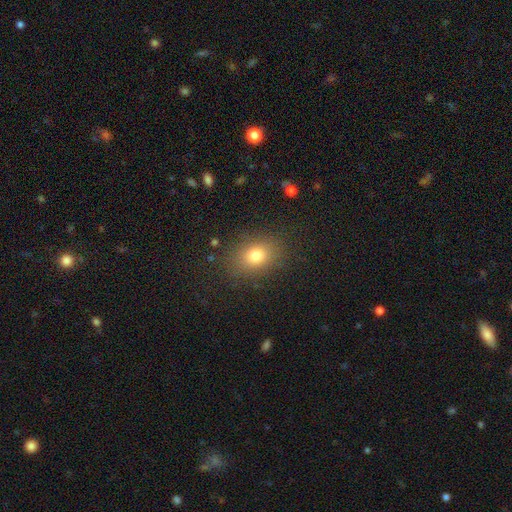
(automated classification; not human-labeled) Morphology: type=smooth (77%); roundness=in between (62%); merging=none (84%).